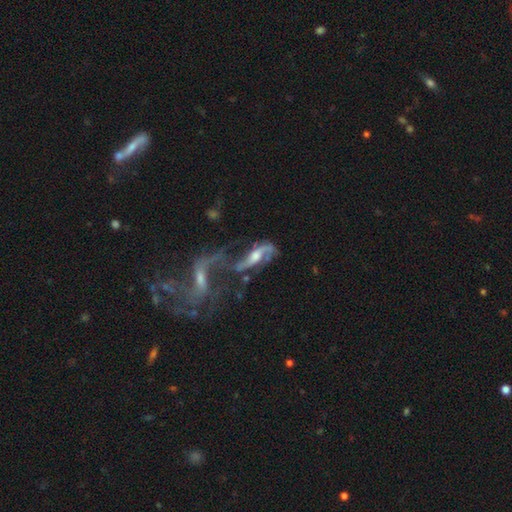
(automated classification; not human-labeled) smooth-or-featured: featured or disk: 78% | smooth: 14% | star or artifact: 8%
  disk-edge-on: no: 83% | yes: 17%
    bar: no: 46% | weak: 34% | strong: 20%
    has-spiral-arms: yes: 85% | no: 15%
      spiral-winding: loose: 64% | medium: 26% | tight: 10%
      spiral-arm-count: 2: 78% | can't tell: 9% | 1: 8% | 3: 2% | 4: 1% | more than 4: 1%
    bulge-size: moderate: 54% | small: 23% | large: 13% | none: 7% | dominant: 2%
  merging: merger: 47% | major disturbance: 21% | none: 20% | minor disturbance: 12%